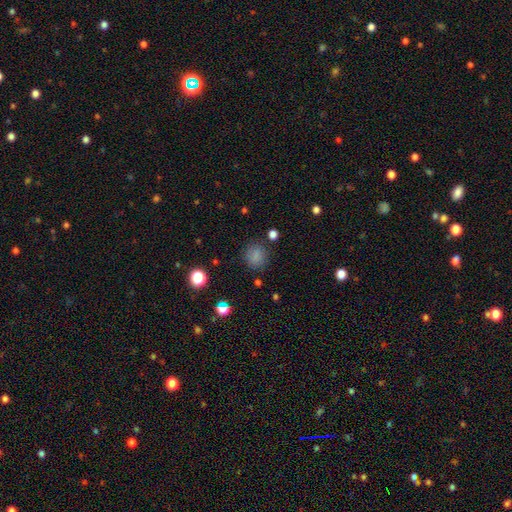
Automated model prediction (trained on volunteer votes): The model was most divided on "how rounded": round: 77%, in between: 22%, cigar-shaped: 1%. More confident: merging — none (82%); smooth or featured — smooth (80%).